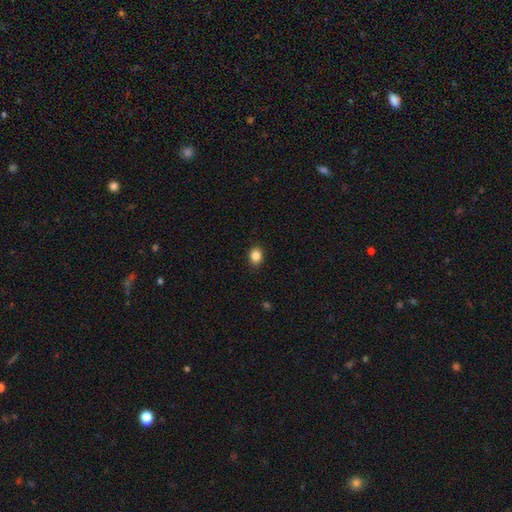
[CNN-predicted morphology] A smooth galaxy with no disk features (86%) that is in between round and cigar-shaped (54%).

Vote fractions:
- Smooth or featured? smooth: 86% / star or artifact: 10% / featured or disk: 4%
- How rounded? in between: 54% / round: 45% / cigar-shaped: 1%
- Merging? none: 89% / minor disturbance: 8% / major disturbance: 2% / merger: 1%